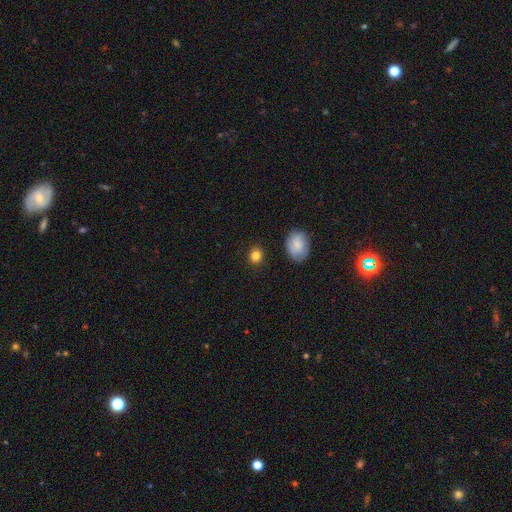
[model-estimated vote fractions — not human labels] smooth-or-featured: smooth: 85% | star or artifact: 10% | featured or disk: 5%
  how-rounded: round: 70% | in between: 28% | cigar-shaped: 1%
  merging: none: 87% | minor disturbance: 9% | major disturbance: 2% | merger: 2%